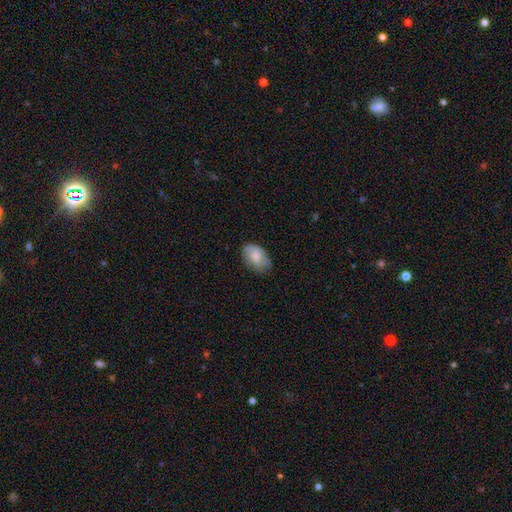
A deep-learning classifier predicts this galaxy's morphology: Smooth or featured? Predicted: smooth (p=0.69). How rounded? Predicted: in between (p=0.87). Merging? Predicted: none (p=0.61).